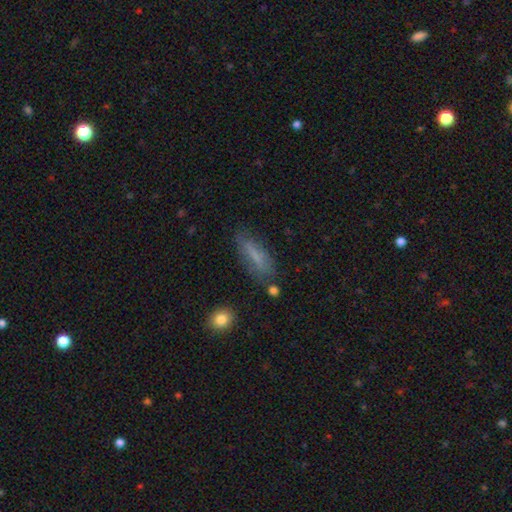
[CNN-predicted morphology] Smooth or featured? Predicted: smooth (p=0.68). How rounded? Predicted: cigar-shaped (p=0.61). Merging? Predicted: none (p=0.71).